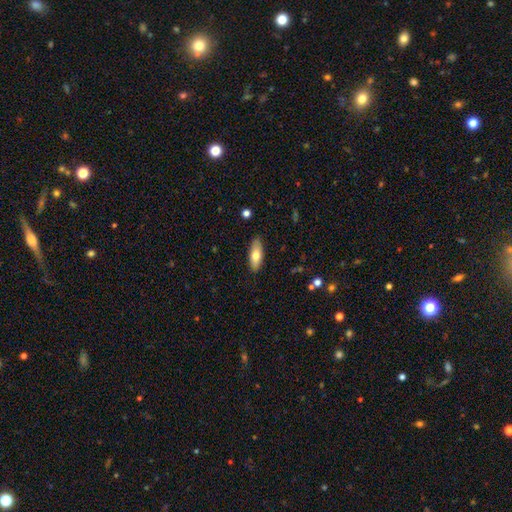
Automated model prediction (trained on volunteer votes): A smooth galaxy with no disk features (72%) that is in between round and cigar-shaped (71%). Merging: none (87%).